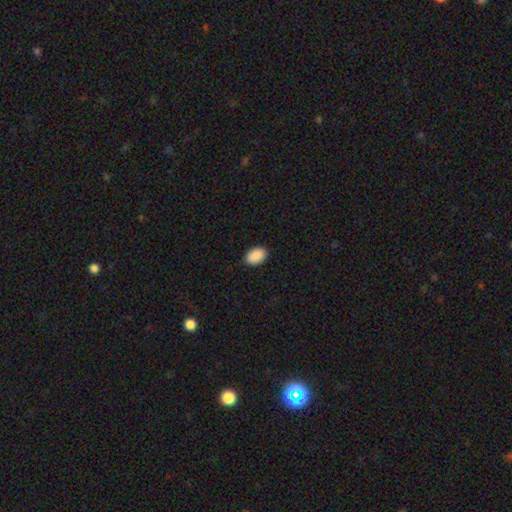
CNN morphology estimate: smooth 91%, star or artifact 7%, featured or disk 2%. Down the decision tree: how rounded — in between (89%); merging — none (89%).